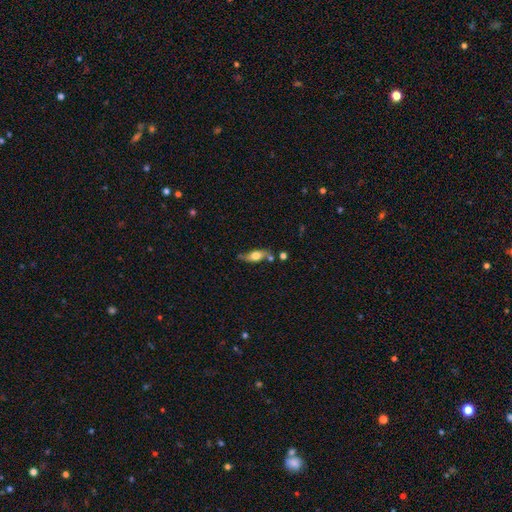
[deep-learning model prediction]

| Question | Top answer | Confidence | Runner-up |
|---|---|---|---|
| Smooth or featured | smooth | 57% | featured or disk (36%) |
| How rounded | in between | 69% | cigar-shaped (26%) |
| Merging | none | 63% | minor disturbance (21%) |